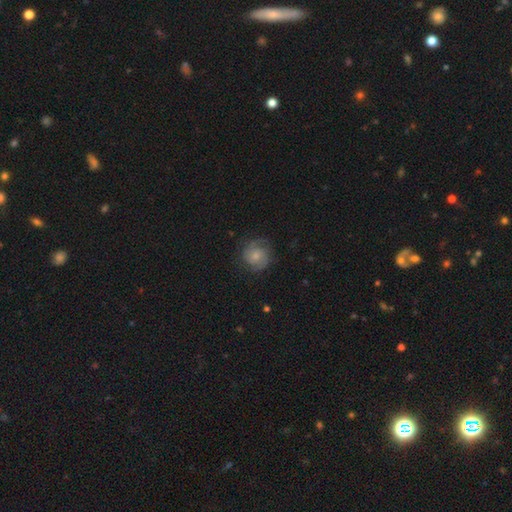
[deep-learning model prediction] Q: Smooth or featured?
A: featured or disk (62%); runner-up: smooth (31%)
Q: Edge-on disk?
A: no (98%); runner-up: yes (2%)
Q: Bar?
A: no (72%); runner-up: weak (24%)
Q: Spiral arms?
A: yes (91%); runner-up: no (9%)
Q: Spiral winding?
A: tight (47%); runner-up: medium (40%)
Q: Spiral arm count?
A: 2 (65%); runner-up: can't tell (16%)
Q: Bulge size?
A: small (51%); runner-up: moderate (35%)
Q: Merging?
A: none (73%); runner-up: minor disturbance (18%)